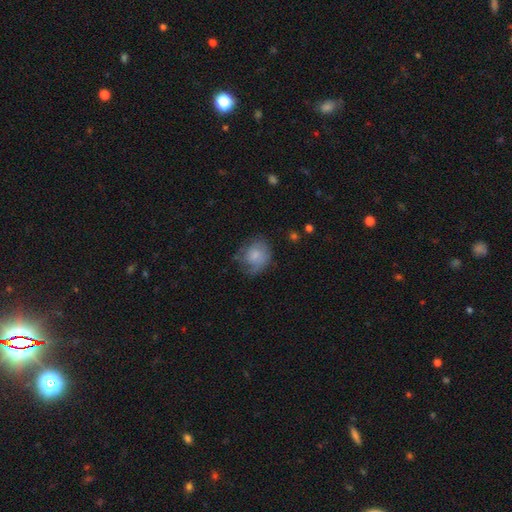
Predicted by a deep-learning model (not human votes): A smooth galaxy with no disk features (64%) that is round (69%).

Vote fractions:
- Smooth or featured? smooth: 64% / featured or disk: 28% / star or artifact: 8%
- How rounded? round: 69% / in between: 30% / cigar-shaped: 1%
- Merging? none: 51% / minor disturbance: 30% / major disturbance: 17% / merger: 2%